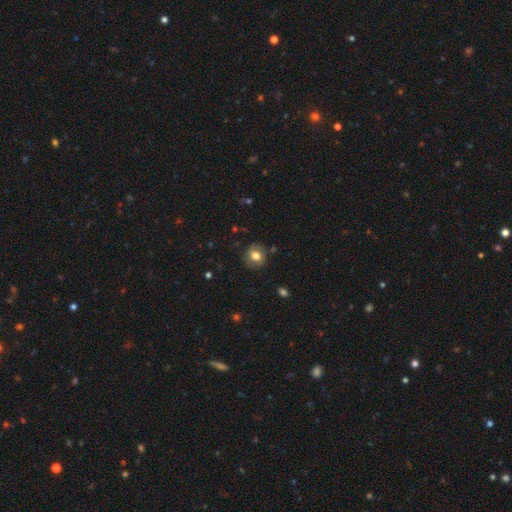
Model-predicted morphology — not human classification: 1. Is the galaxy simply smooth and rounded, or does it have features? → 71% smooth, 19% featured or disk, 10% star or artifact.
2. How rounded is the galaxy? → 83% round, 16% in between, 1% cigar-shaped.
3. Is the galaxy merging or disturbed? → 82% none, 13% minor disturbance, 4% major disturbance, 2% merger.